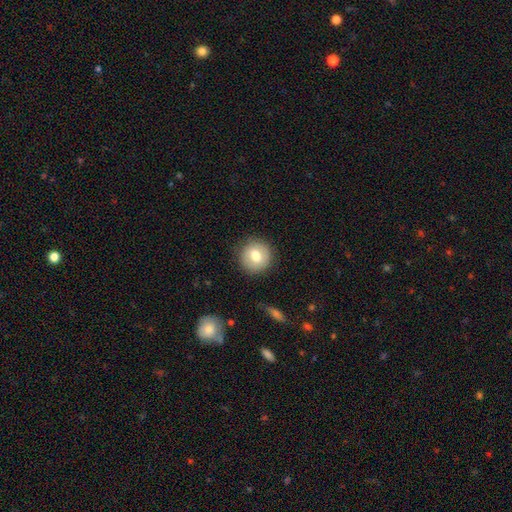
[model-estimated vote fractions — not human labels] Smooth or featured? Predicted: smooth (p=0.72). How rounded? Predicted: round (p=0.92). Merging? Predicted: none (p=0.88).